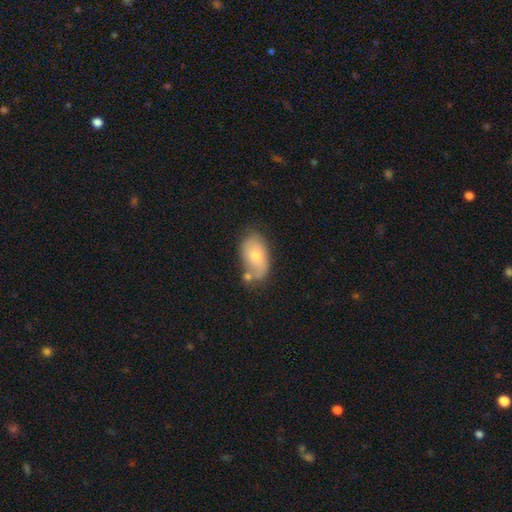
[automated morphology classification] The model was most divided on "merging": none: 47%, minor disturbance: 25%, merger: 19%, major disturbance: 9%. More confident: how rounded — in between (90%); smooth or featured — smooth (64%).